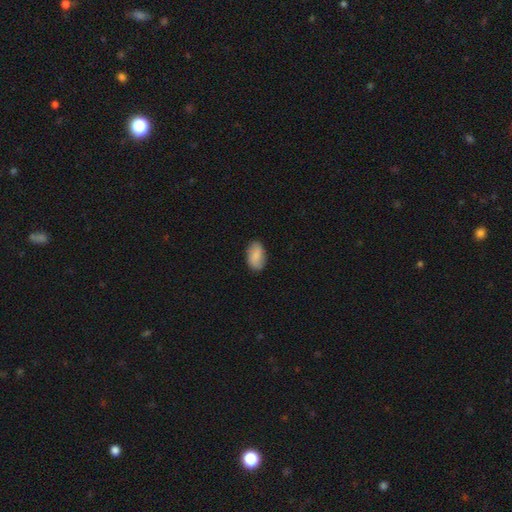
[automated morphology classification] smooth 83%, featured or disk 10%, star or artifact 7%. Down the decision tree: how rounded — in between (93%); merging — none (83%).